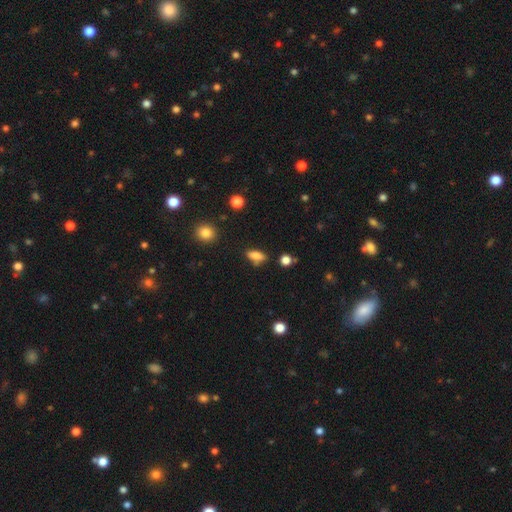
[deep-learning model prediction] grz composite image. It shows a smooth galaxy with no disk features (77%) that is in between round and cigar-shaped (77%). Merging: none (68%).